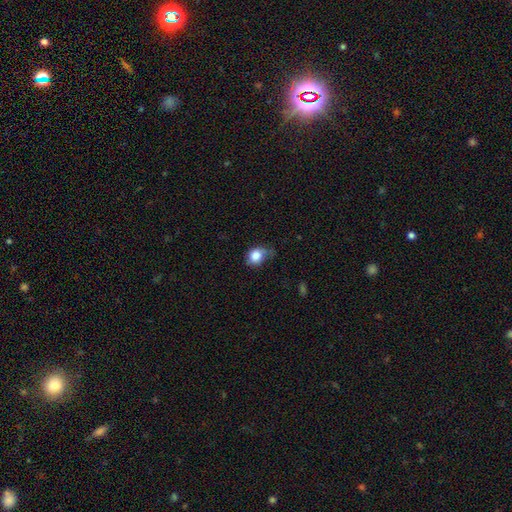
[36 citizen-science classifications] Smooth or featured: smooth — 89% (featured or disk — 6%)
How rounded: round — 66% (in between — 34%)
Merging: minor disturbance — 47% (none — 35%)